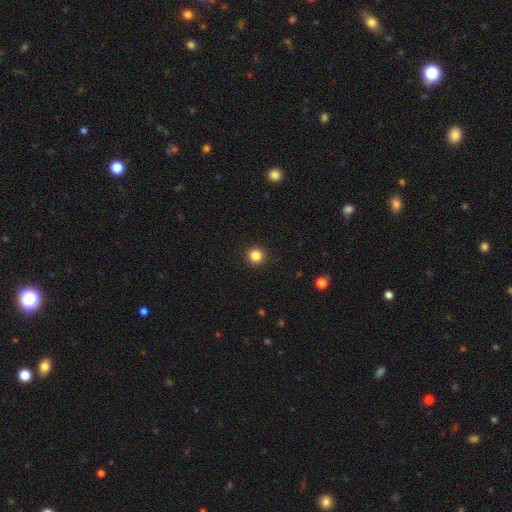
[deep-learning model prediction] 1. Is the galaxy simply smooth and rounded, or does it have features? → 84% smooth, 12% star or artifact, 4% featured or disk.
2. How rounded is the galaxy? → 95% round, 4% in between, 1% cigar-shaped.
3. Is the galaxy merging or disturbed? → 93% none, 4% minor disturbance, 2% major disturbance, 1% merger.